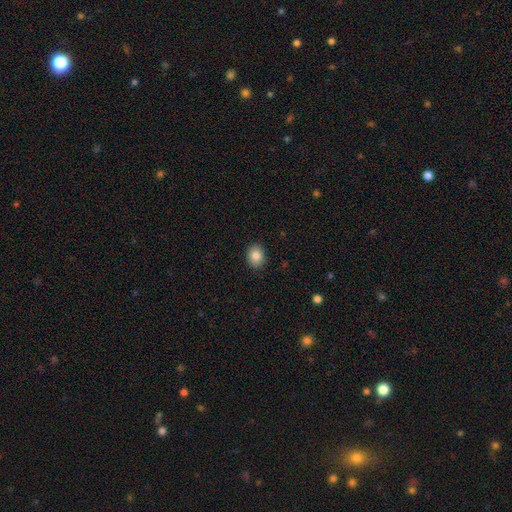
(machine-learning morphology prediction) This is clearly a smooth galaxy (84%). How rounded: possibly round (51%). Merging: clearly none (90%).